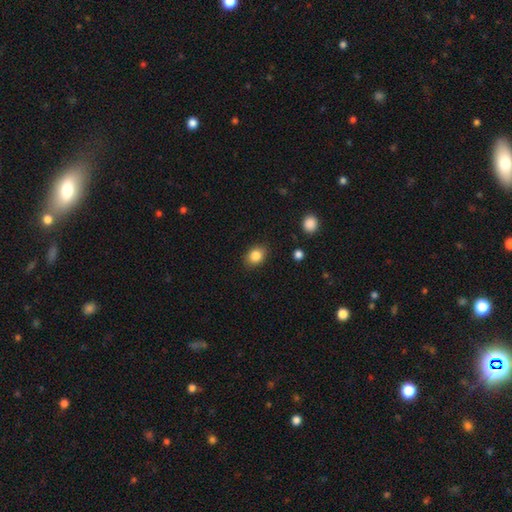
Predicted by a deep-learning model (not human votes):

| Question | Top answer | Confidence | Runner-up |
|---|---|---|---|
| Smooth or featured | smooth | 85% | star or artifact (9%) |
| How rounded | in between | 59% | round (40%) |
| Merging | none | 86% | minor disturbance (10%) |